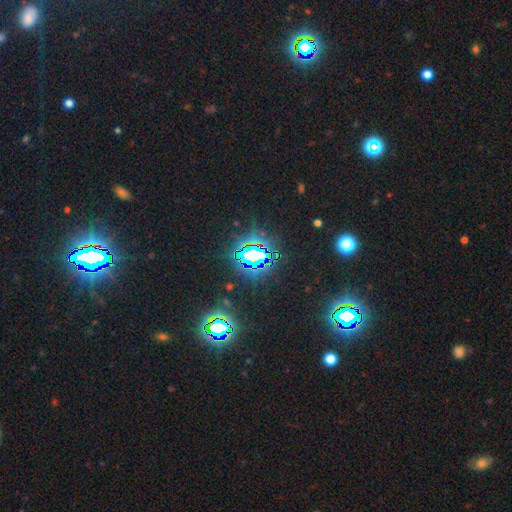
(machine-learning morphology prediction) This appears to be a star or artifact, not a galaxy (77%).